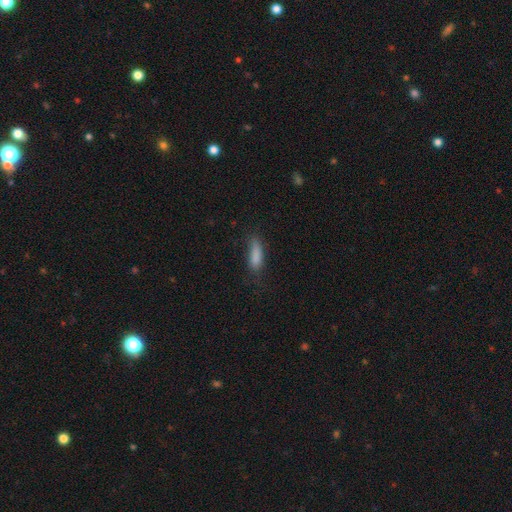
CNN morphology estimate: Smooth or featured? Predicted: smooth (p=0.83). How rounded? Predicted: in between (p=0.57). Merging? Predicted: none (p=0.58).